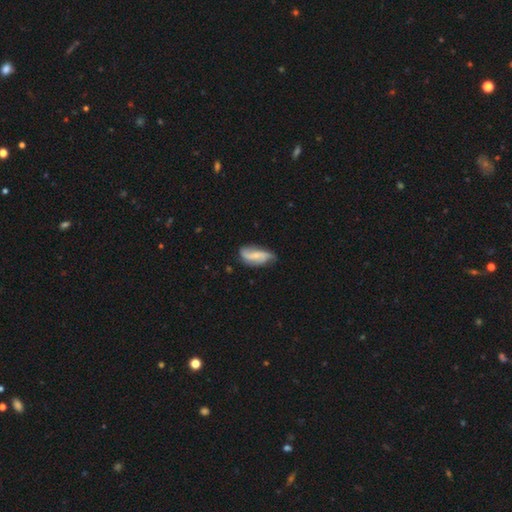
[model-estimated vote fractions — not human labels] Smooth or featured? featured or disk (62%)
Edge-on disk? no (92%)
Bar? no (44%)
Spiral arms? yes (90%)
Spiral winding? loose (65%)
Spiral arm count? 2 (75%)
Bulge size? small (51%)
Merging? none (58%)